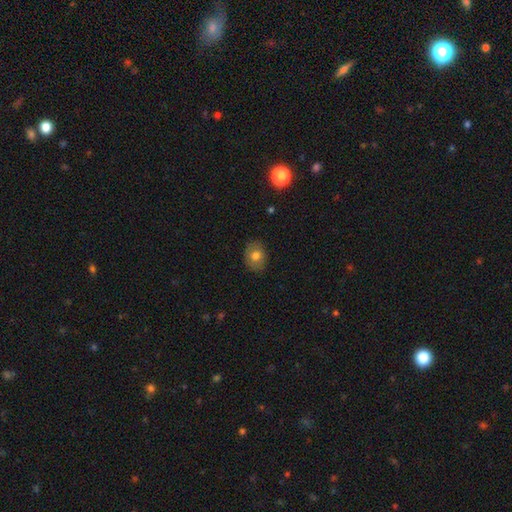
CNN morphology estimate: A smooth galaxy with no disk features (74%) that is in between round and cigar-shaped (52%).

Vote fractions:
- Smooth or featured? smooth: 74% / featured or disk: 17% / star or artifact: 10%
- How rounded? in between: 52% / round: 47% / cigar-shaped: 1%
- Merging? none: 82% / minor disturbance: 14% / major disturbance: 3% / merger: 1%